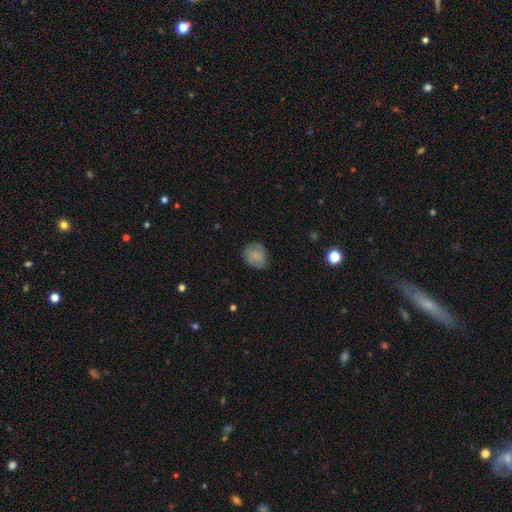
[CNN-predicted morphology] Smooth or featured?
  - smooth: 73% *
  - featured or disk: 19%
  - star or artifact: 8%
How rounded?
  - round: 65% *
  - in between: 34%
  - cigar-shaped: 1%
Merging?
  - none: 71% *
  - minor disturbance: 22%
  - major disturbance: 5%
  - merger: 1%